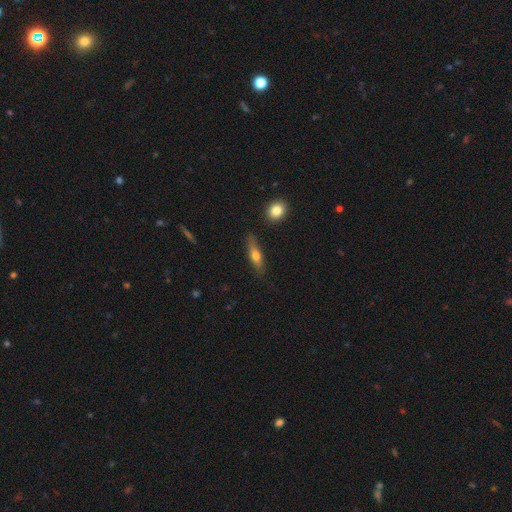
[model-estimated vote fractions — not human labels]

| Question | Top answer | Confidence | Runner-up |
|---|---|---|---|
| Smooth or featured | smooth | 53% | featured or disk (40%) |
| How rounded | cigar-shaped | 62% | in between (34%) |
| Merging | none | 77% | minor disturbance (16%) |